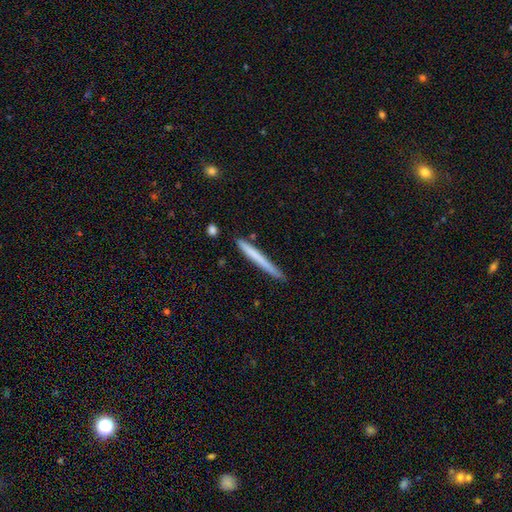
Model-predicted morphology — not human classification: smooth_or_featured: smooth (p=0.64) [alt: featured or disk p=0.30]
how_rounded: cigar-shaped (p=0.97) [alt: in between p=0.02]
merging: none (p=0.85) [alt: minor disturbance p=0.11]